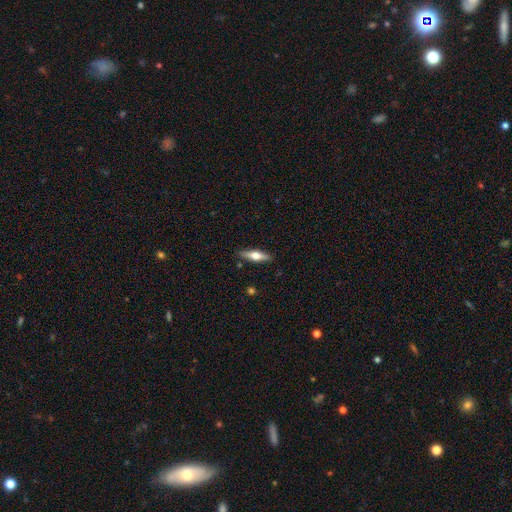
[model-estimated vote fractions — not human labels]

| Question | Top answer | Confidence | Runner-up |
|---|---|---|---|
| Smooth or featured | featured or disk | 48% | smooth (46%) |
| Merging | none | 88% | minor disturbance (9%) |